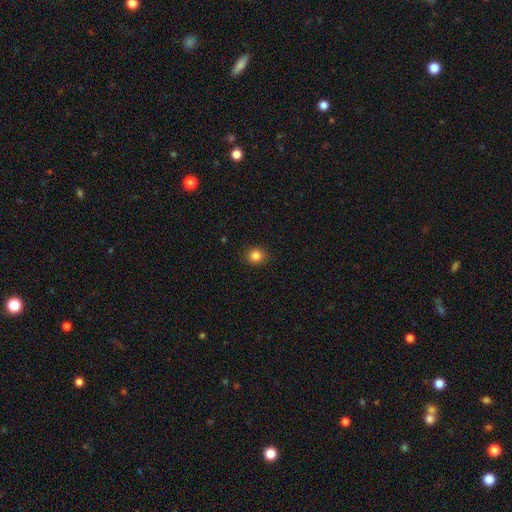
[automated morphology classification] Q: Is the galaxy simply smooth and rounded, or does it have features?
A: smooth — 85%.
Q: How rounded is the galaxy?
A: round — 84%.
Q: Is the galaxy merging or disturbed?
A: none — 90%.